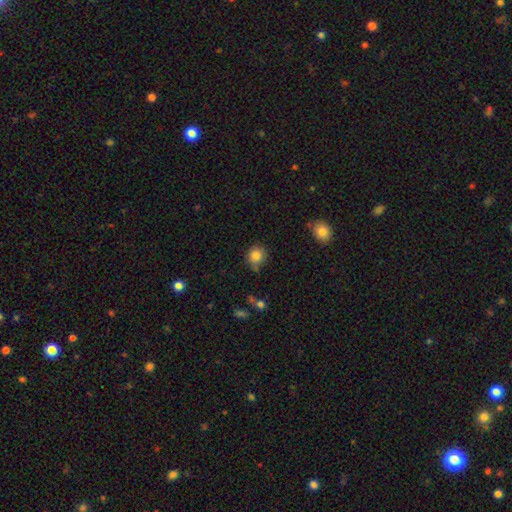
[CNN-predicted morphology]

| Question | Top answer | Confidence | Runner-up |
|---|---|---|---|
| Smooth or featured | smooth | 85% | star or artifact (10%) |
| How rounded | round | 80% | in between (19%) |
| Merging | none | 62% | minor disturbance (28%) |